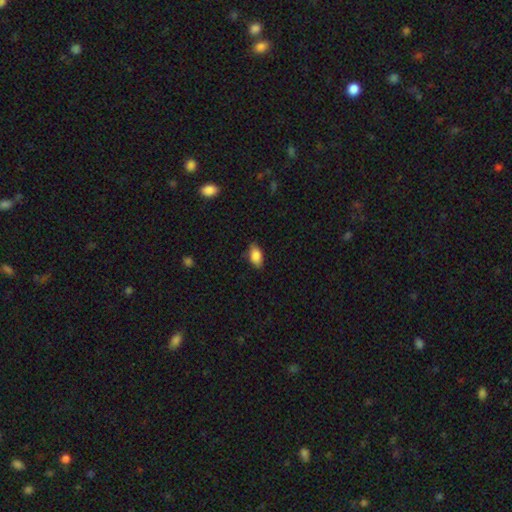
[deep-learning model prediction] Smooth or featured? Predicted: smooth (p=0.85). How rounded? Predicted: in between (p=0.91). Merging? Predicted: none (p=0.80).